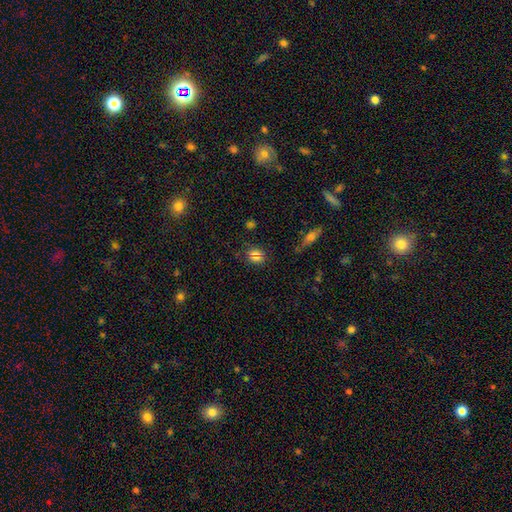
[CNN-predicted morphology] This is likely a smooth galaxy (71%). How rounded: possibly round (56%). Merging: likely none (70%).